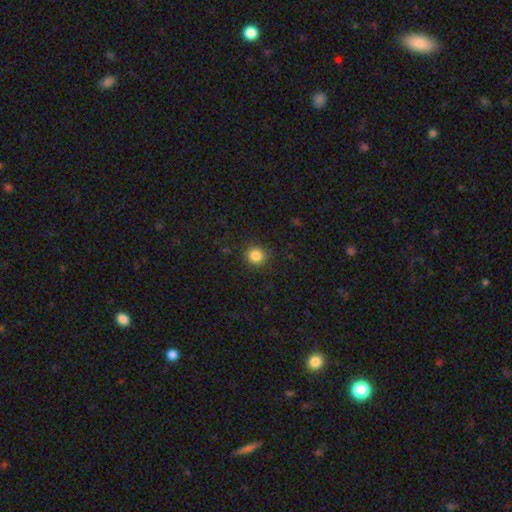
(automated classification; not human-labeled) Smooth or featured? Predicted: smooth (p=0.84). How rounded? Predicted: round (p=0.92). Merging? Predicted: none (p=0.90).